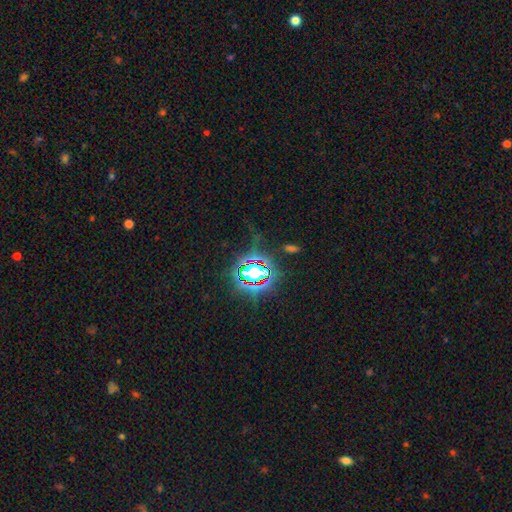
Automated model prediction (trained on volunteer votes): smooth_or_featured: star or artifact (p=0.80) [alt: smooth p=0.11]